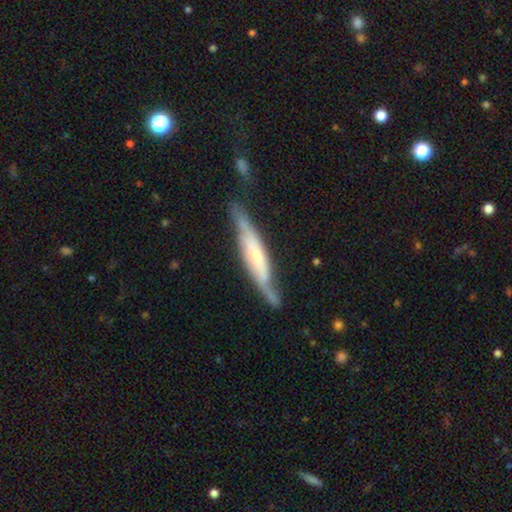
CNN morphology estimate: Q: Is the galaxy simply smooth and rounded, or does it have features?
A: featured or disk — 66%.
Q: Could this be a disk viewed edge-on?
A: yes — 63%.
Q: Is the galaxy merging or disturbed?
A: none — 64%.